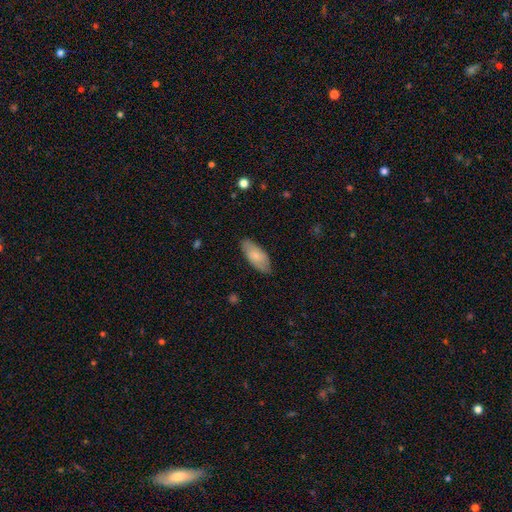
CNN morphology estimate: Q: Smooth or featured?
A: smooth (74%); runner-up: featured or disk (20%)
Q: How rounded?
A: in between (88%); runner-up: cigar-shaped (10%)
Q: Merging?
A: none (81%); runner-up: minor disturbance (15%)